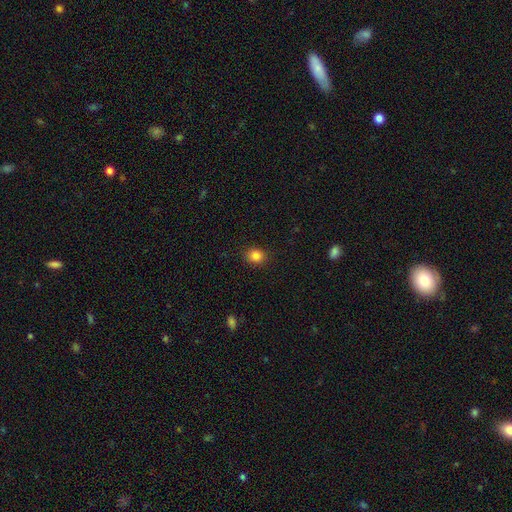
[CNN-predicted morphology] Overall: smooth (85%). How rounded: round (70%). Merging: none (89%).